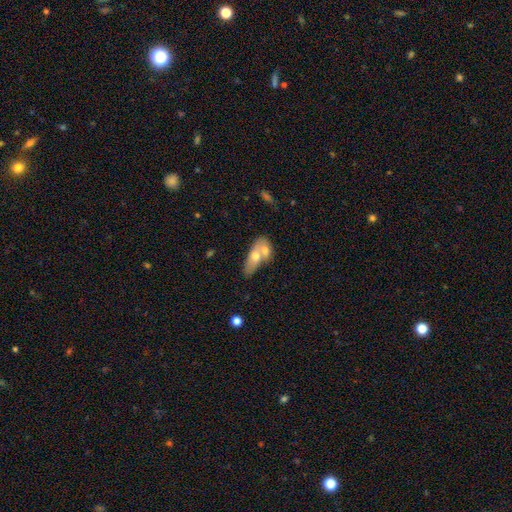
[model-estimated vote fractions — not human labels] Q: Smooth or featured?
A: smooth (62%); runner-up: featured or disk (31%)
Q: How rounded?
A: in between (75%); runner-up: cigar-shaped (17%)
Q: Merging?
A: merger (63%); runner-up: none (23%)